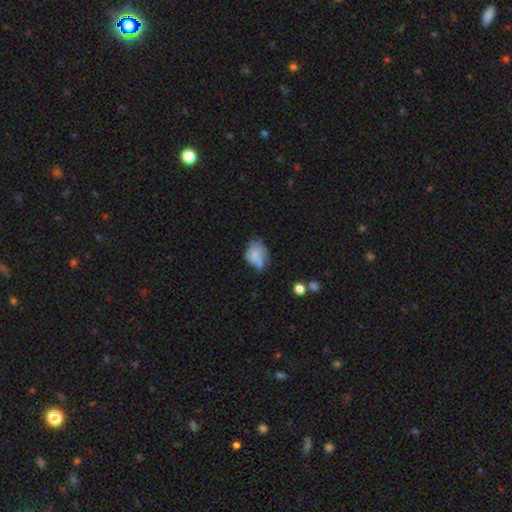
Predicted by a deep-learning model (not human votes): A smooth galaxy with no disk features (61%) that is in between round and cigar-shaped (65%). Merging: none (37%).